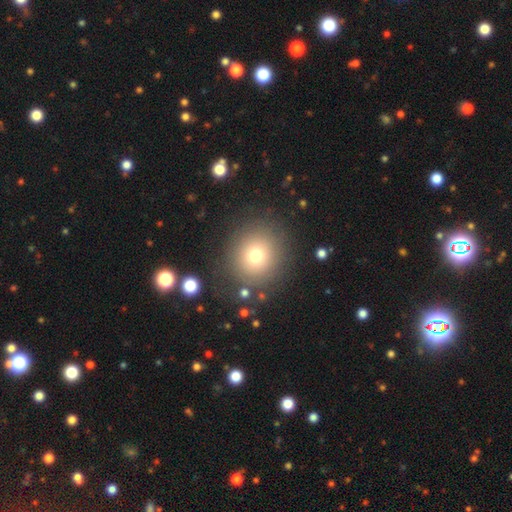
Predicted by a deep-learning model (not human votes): Smooth or featured? Predicted: smooth (p=0.72). How rounded? Predicted: round (p=0.89). Merging? Predicted: none (p=0.83).